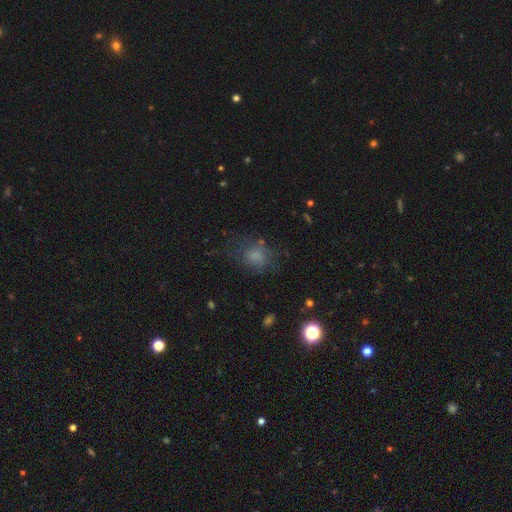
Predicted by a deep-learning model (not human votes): Smooth or featured?
  - smooth: 70% *
  - featured or disk: 15%
  - star or artifact: 15%
How rounded?
  - round: 57% *
  - in between: 42%
  - cigar-shaped: 1%
Merging?
  - none: 55% *
  - minor disturbance: 23%
  - major disturbance: 19%
  - merger: 3%